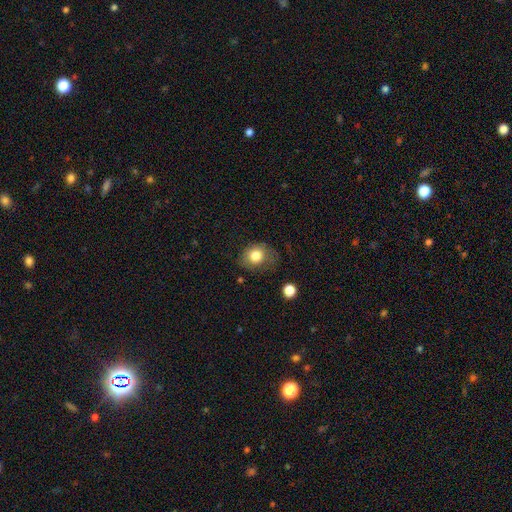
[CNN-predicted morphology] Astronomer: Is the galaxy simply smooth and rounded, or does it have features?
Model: smooth — 80%.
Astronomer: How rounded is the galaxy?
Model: round — 58% (runner-up: in between, 41%).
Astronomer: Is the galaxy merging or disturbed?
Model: none — 58%.